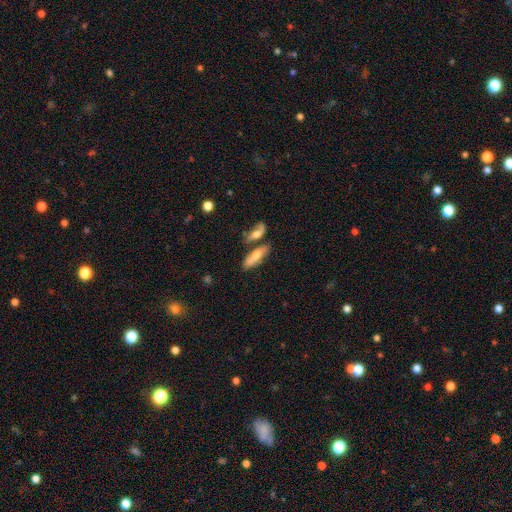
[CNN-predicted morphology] Smooth or featured?
  - smooth: 62% *
  - featured or disk: 30%
  - star or artifact: 7%
How rounded?
  - cigar-shaped: 50% *
  - in between: 48%
  - round: 3%
Merging?
  - none: 52% *
  - merger: 27%
  - minor disturbance: 14%
  - major disturbance: 6%